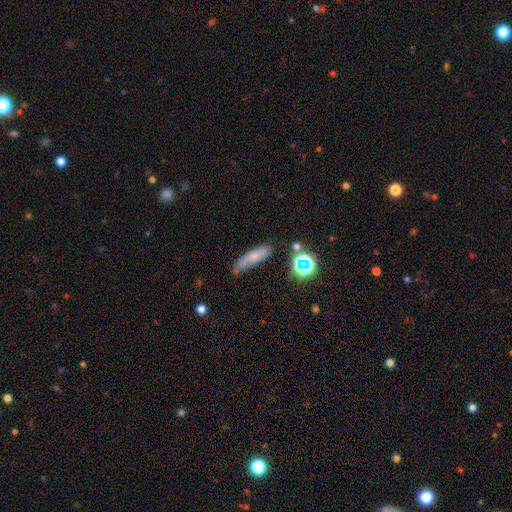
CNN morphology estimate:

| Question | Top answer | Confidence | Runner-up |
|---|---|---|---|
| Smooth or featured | smooth | 63% | featured or disk (23%) |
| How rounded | cigar-shaped | 59% | in between (36%) |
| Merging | none | 60% | minor disturbance (26%) |